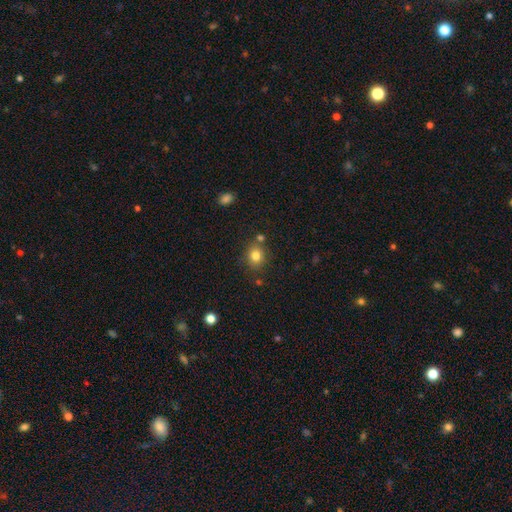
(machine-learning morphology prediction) smooth_or_featured: smooth (p=0.81) [alt: star or artifact p=0.12]
how_rounded: round (p=0.76) [alt: in between p=0.23]
merging: none (p=0.76) [alt: minor disturbance p=0.11]